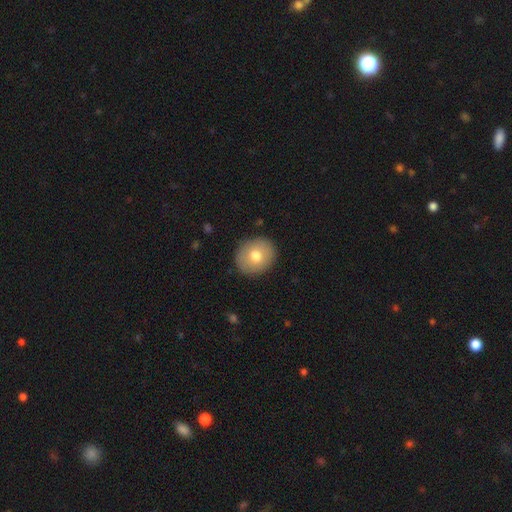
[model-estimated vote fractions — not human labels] A smooth galaxy with no disk features (73%) that is round (75%). Merging: none (89%).